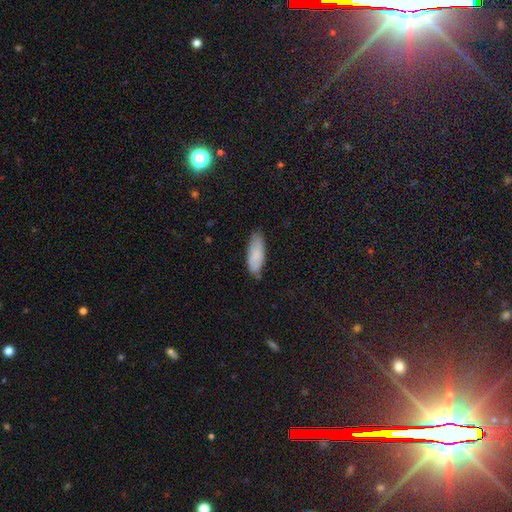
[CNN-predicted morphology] type=smooth (77%); roundness=in between (69%); merging=none (71%).